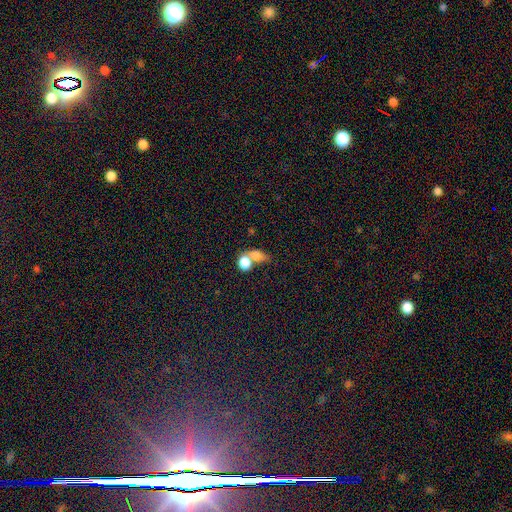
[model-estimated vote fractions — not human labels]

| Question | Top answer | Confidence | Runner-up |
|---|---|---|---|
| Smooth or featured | smooth | 77% | featured or disk (12%) |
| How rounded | in between | 61% | round (35%) |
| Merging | merger | 57% | none (28%) |